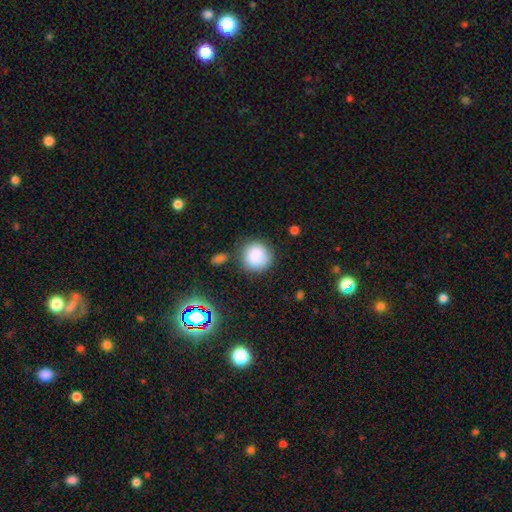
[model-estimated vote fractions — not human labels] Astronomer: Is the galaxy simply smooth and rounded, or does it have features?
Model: smooth — 84%.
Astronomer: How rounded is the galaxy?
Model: round — 88%.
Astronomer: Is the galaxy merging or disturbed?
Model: none — 73%.